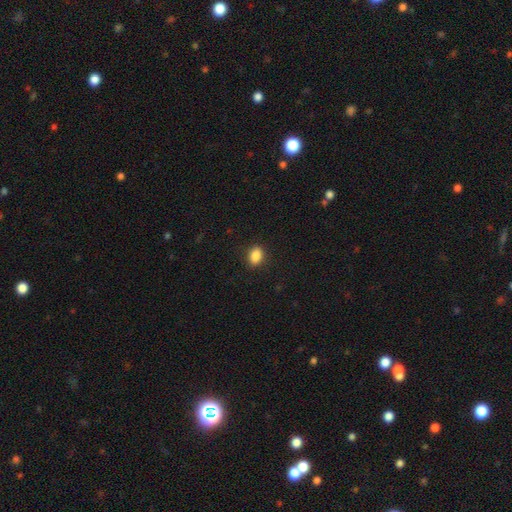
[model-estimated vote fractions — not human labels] smooth-or-featured: smooth: 88% | star or artifact: 9% | featured or disk: 4%
  how-rounded: in between: 81% | round: 17% | cigar-shaped: 2%
  merging: none: 89% | minor disturbance: 8% | major disturbance: 2% | merger: 1%